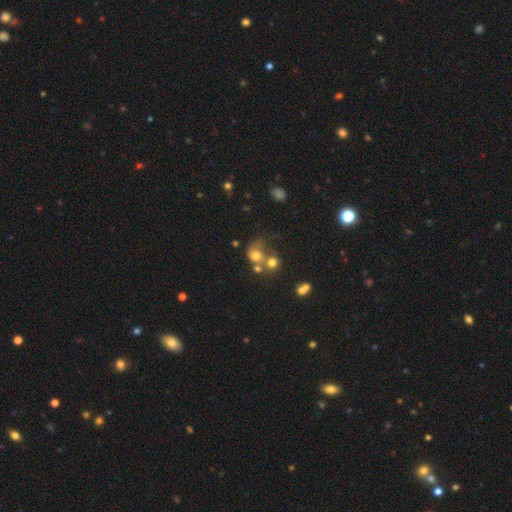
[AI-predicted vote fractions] This appears to be a smooth galaxy with no disk features (66%) that is round (70%). Merging: merger (47%).